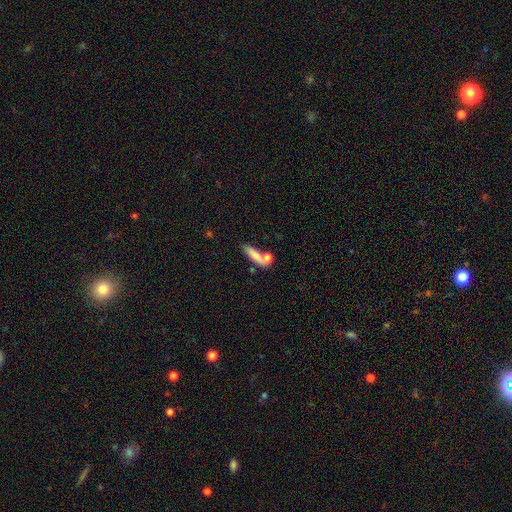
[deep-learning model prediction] smooth_or_featured: smooth (p=0.76) [alt: featured or disk p=0.16]
how_rounded: cigar-shaped (p=0.56) [alt: in between p=0.37]
merging: none (p=0.48) [alt: merger p=0.30]